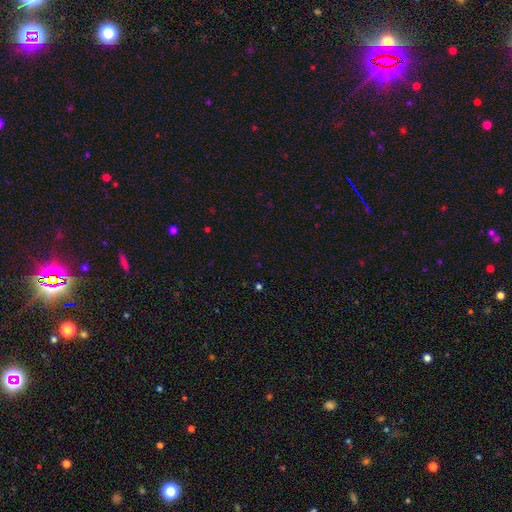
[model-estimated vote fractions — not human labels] A star or artifact, not a galaxy (65%).

Vote fractions:
- Smooth or featured? star or artifact: 65% / smooth: 29% / featured or disk: 6%